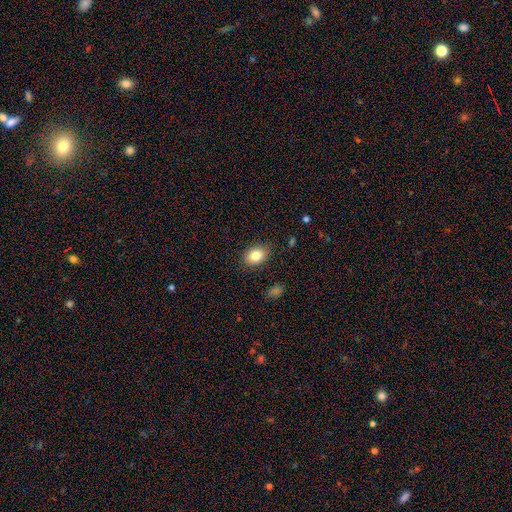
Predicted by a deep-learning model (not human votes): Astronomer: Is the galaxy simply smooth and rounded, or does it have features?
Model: smooth — 82%.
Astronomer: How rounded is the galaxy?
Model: in between — 75%.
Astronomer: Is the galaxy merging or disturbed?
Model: none — 84%.